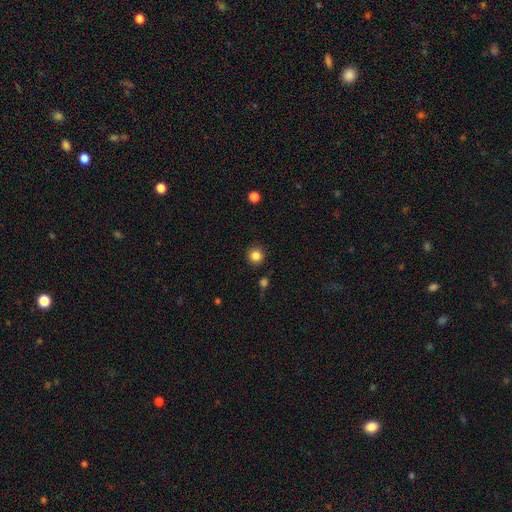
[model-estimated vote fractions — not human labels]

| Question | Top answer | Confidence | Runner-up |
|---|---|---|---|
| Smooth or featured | smooth | 84% | star or artifact (11%) |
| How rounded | round | 94% | in between (5%) |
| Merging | none | 90% | minor disturbance (6%) |